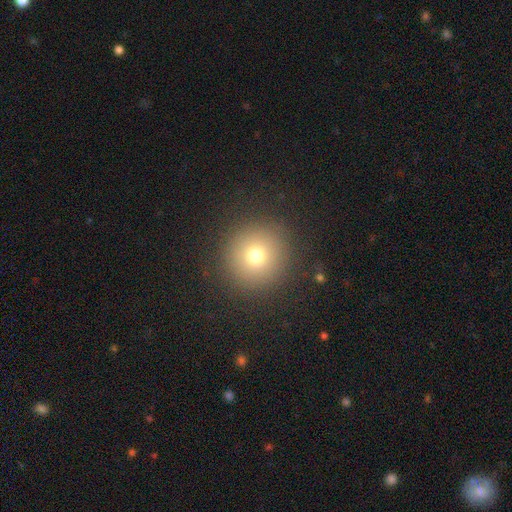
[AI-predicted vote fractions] Q: Smooth or featured?
A: smooth (73%); runner-up: star or artifact (16%)
Q: How rounded?
A: round (95%); runner-up: in between (4%)
Q: Merging?
A: none (90%); runner-up: minor disturbance (6%)